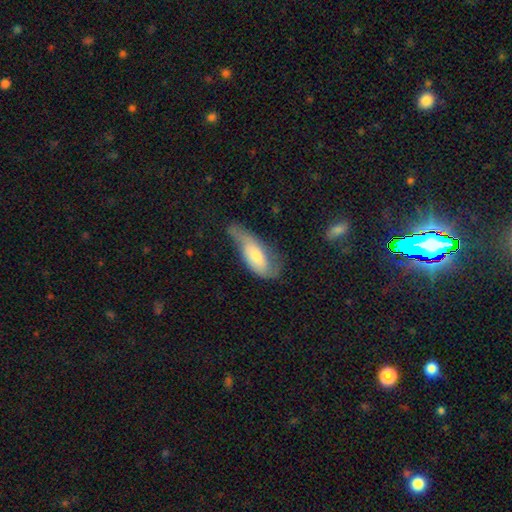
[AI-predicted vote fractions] A smooth galaxy with no disk features (53%) that is in between round and cigar-shaped (76%). Merging: minor disturbance (38%).